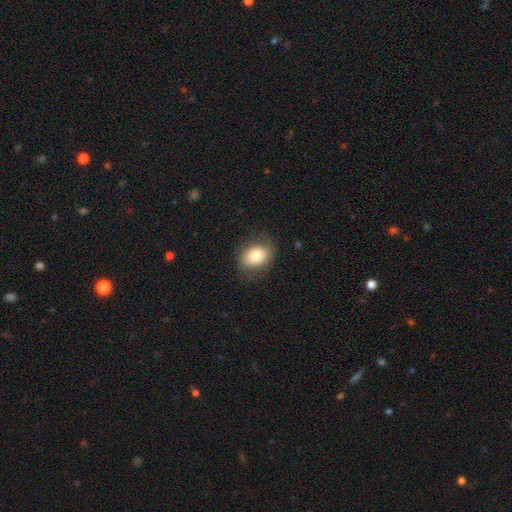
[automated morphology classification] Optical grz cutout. It shows a smooth galaxy with no disk features (79%) that is in between round and cigar-shaped (63%). Merging: none (78%).